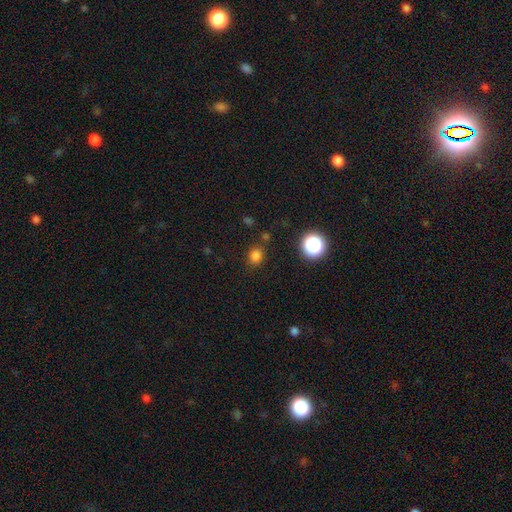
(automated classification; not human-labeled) Q: Smooth or featured?
A: smooth (78%); runner-up: star or artifact (17%)
Q: How rounded?
A: round (79%); runner-up: in between (20%)
Q: Merging?
A: none (82%); runner-up: minor disturbance (10%)